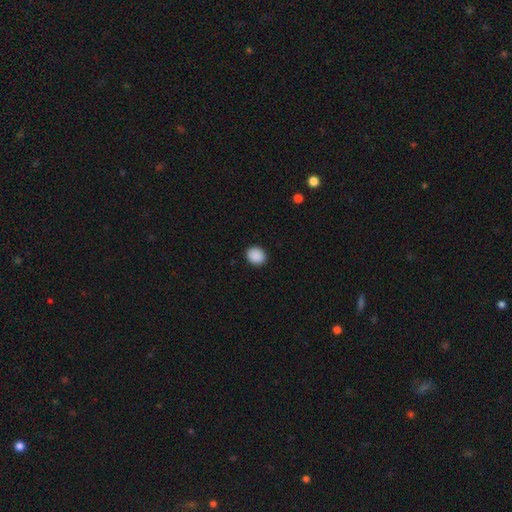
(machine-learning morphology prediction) smooth_or_featured: smooth (p=0.90) [alt: star or artifact p=0.08]
how_rounded: round (p=0.64) [alt: in between p=0.35]
merging: none (p=0.91) [alt: minor disturbance p=0.06]